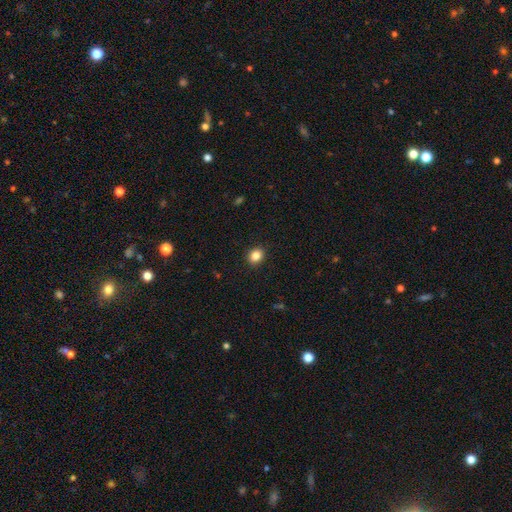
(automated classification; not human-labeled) Smooth or featured?
  - smooth: 86% *
  - star or artifact: 10%
  - featured or disk: 4%
How rounded?
  - round: 66% *
  - in between: 33%
  - cigar-shaped: 1%
Merging?
  - none: 91% *
  - minor disturbance: 6%
  - major disturbance: 2%
  - merger: 1%